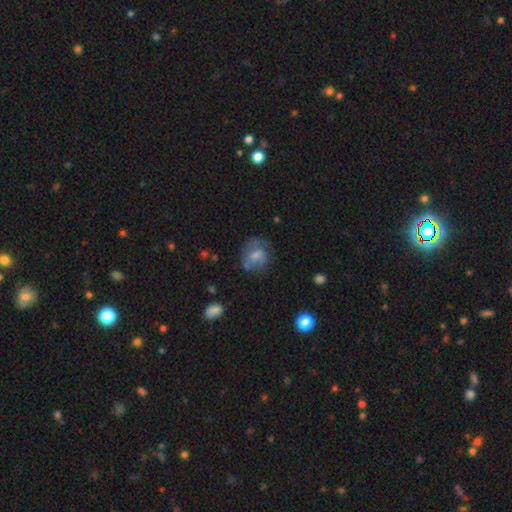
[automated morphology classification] A featured or disk galaxy (49%).

Vote fractions:
- Smooth or featured? featured or disk: 49% / smooth: 42% / star or artifact: 8%
- Merging? none: 55% / minor disturbance: 25% / major disturbance: 18% / merger: 3%